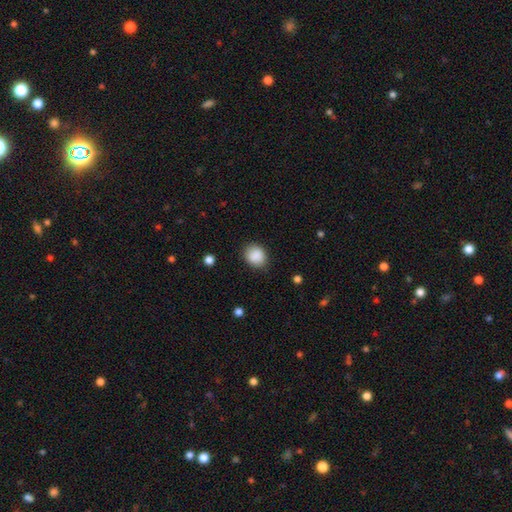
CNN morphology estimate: The model was most divided on "how rounded": round: 61%, in between: 39%, cigar-shaped: 1%. More confident: smooth or featured — smooth (88%); merging — none (82%).